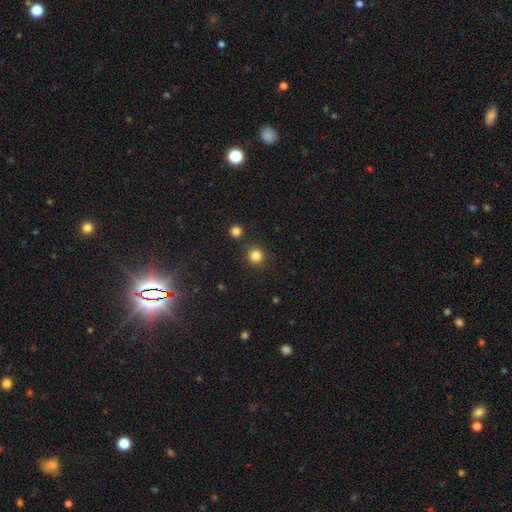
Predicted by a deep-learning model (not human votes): Overall: smooth (83%). How rounded: round (92%). Merging: none (89%).